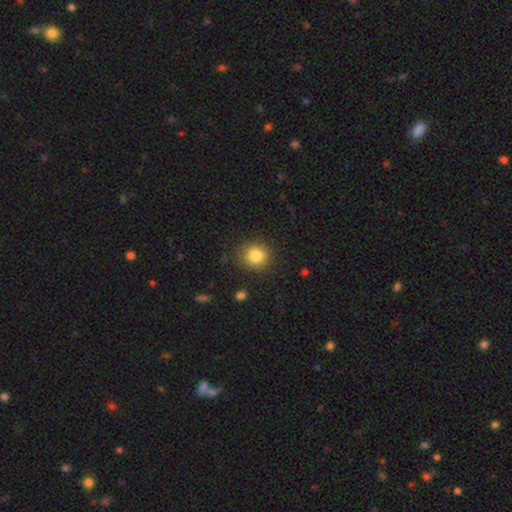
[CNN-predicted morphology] Smooth or featured: smooth — 84% (star or artifact — 10%)
How rounded: round — 87% (in between — 12%)
Merging: none — 87% (minor disturbance — 9%)